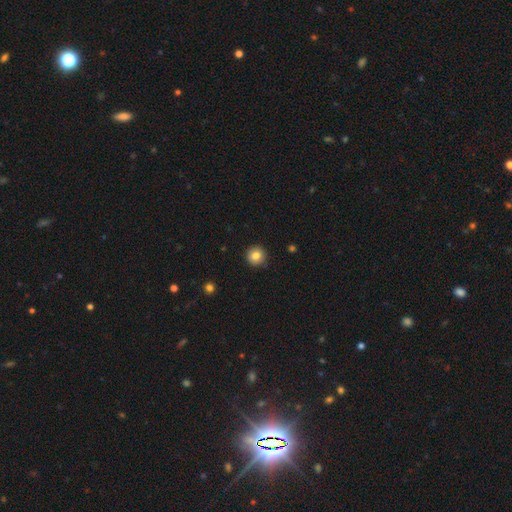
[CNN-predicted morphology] smooth_or_featured: smooth (p=0.83) [alt: star or artifact p=0.10]
how_rounded: round (p=0.95) [alt: in between p=0.04]
merging: none (p=0.92) [alt: minor disturbance p=0.06]